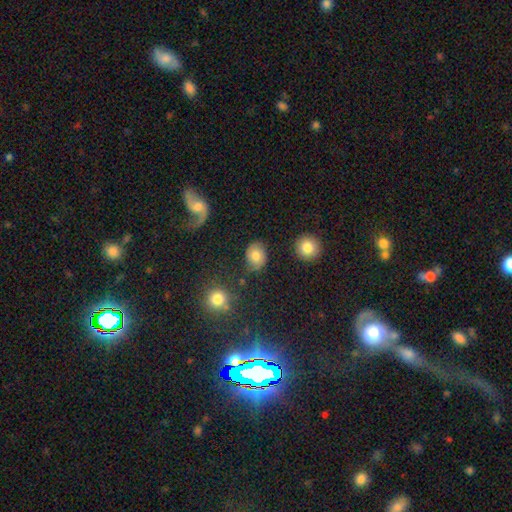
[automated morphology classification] Smooth or featured? smooth (72%)
How rounded? round (51%)
Merging? none (76%)